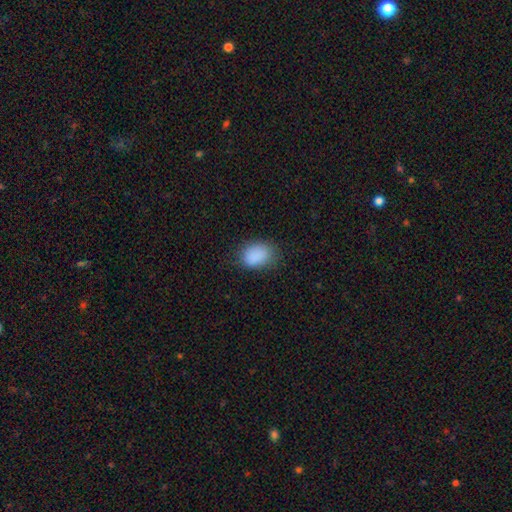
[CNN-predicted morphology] Smooth or featured?
  - smooth: 87% *
  - star or artifact: 9%
  - featured or disk: 4%
How rounded?
  - in between: 75% *
  - round: 24%
  - cigar-shaped: 1%
Merging?
  - none: 75% *
  - minor disturbance: 18%
  - major disturbance: 6%
  - merger: 1%